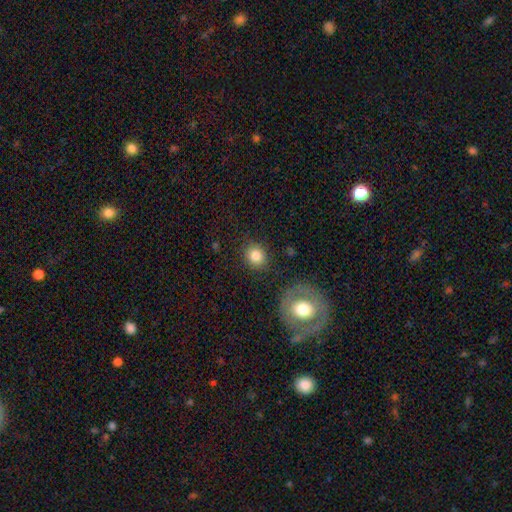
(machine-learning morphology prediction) smooth_or_featured: smooth (p=0.83) [alt: star or artifact p=0.09]
how_rounded: round (p=0.75) [alt: in between p=0.24]
merging: none (p=0.83) [alt: minor disturbance p=0.11]